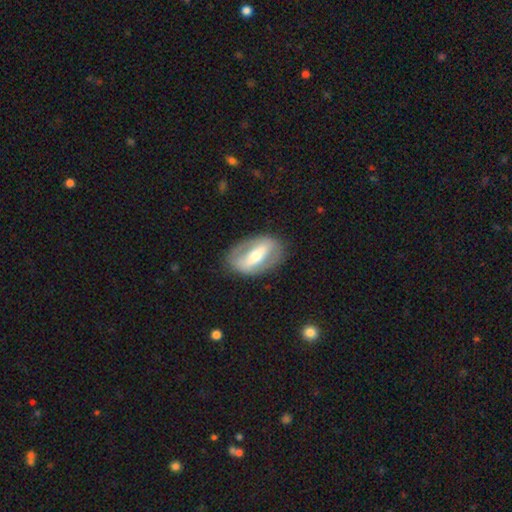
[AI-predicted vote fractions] Smooth or featured: featured or disk — 65% (smooth — 29%)
Edge-on disk: no — 81% (yes — 19%)
Bar: strong — 72% (weak — 18%)
Spiral arms: no — 72% (yes — 28%)
Bulge size: moderate — 61% (small — 23%)
Merging: none — 81% (minor disturbance — 12%)